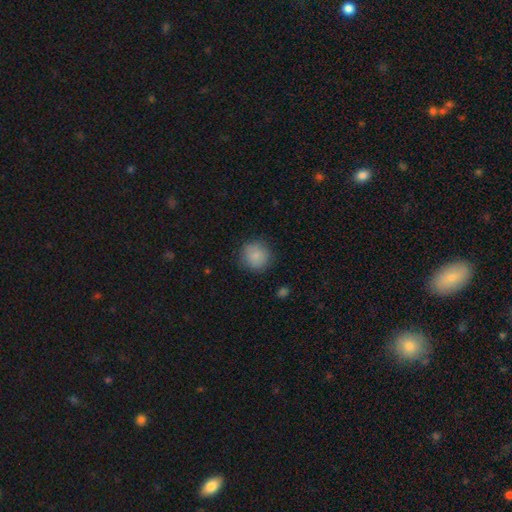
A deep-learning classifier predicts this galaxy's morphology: A smooth galaxy with no disk features (85%) that is round (92%). Merging: none (84%).